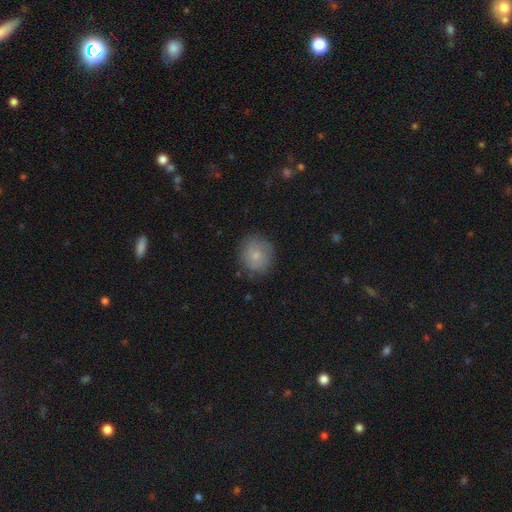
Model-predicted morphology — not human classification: A smooth galaxy with no disk features (76%) that is round (88%). Merging: none (81%).